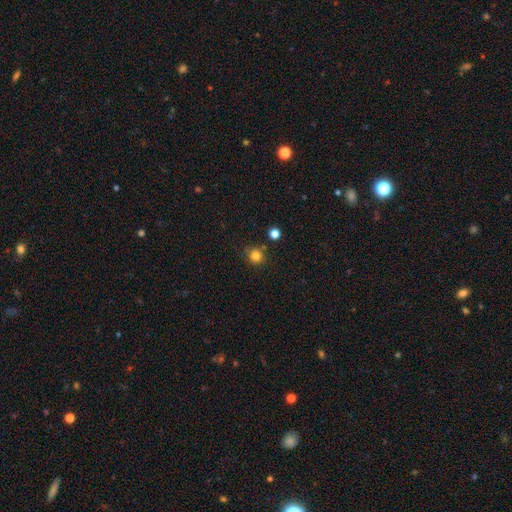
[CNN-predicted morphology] smooth_or_featured: smooth (p=0.82) [alt: star or artifact p=0.13]
how_rounded: round (p=0.90) [alt: in between p=0.09]
merging: none (p=0.79) [alt: minor disturbance p=0.12]